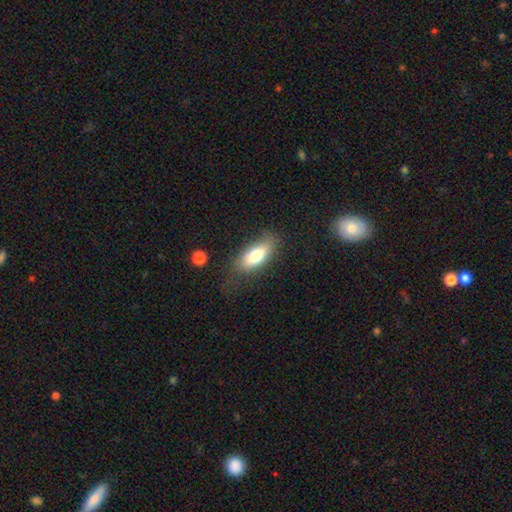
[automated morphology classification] A smooth galaxy with no disk features (72%) that is in between round and cigar-shaped (76%). Merging: none (71%).